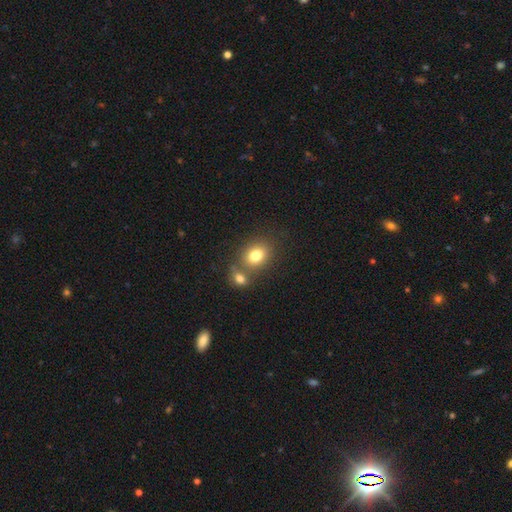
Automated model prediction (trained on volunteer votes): This appears to be a smooth galaxy with no disk features (79%) that is in between round and cigar-shaped (53%). Merging: none (54%).